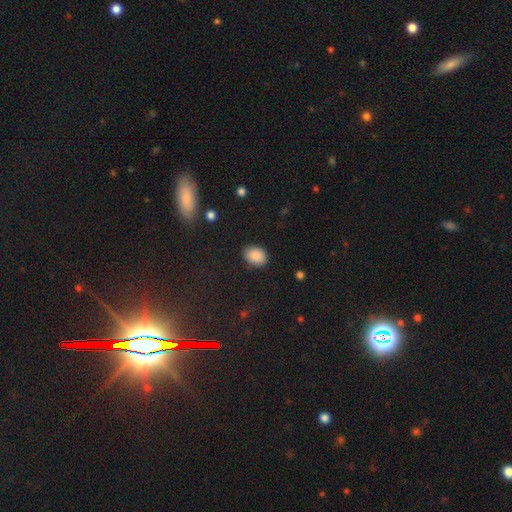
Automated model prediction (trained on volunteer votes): The model was most divided on "how rounded": in between: 66%, round: 33%, cigar-shaped: 1%. More confident: smooth or featured — smooth (88%); merging — none (86%).